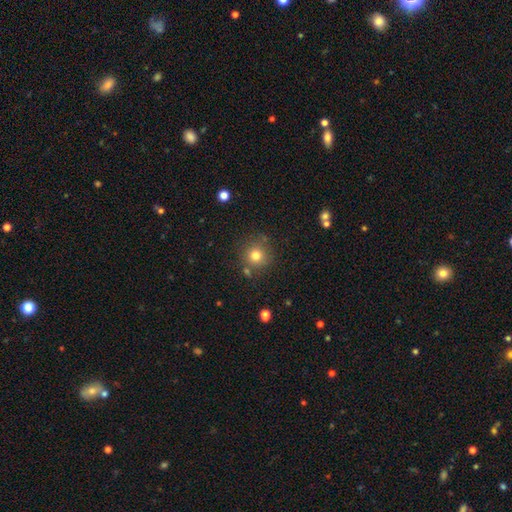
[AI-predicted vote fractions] Q: Smooth or featured?
A: smooth (78%); runner-up: star or artifact (14%)
Q: How rounded?
A: round (93%); runner-up: in between (6%)
Q: Merging?
A: none (78%); runner-up: minor disturbance (11%)